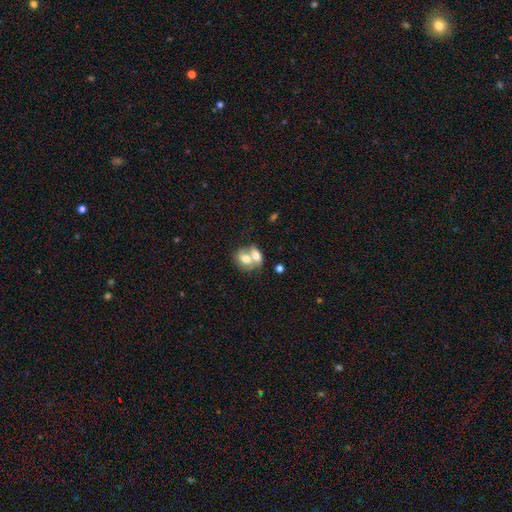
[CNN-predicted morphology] A smooth galaxy with no disk features (67%) that is in between round and cigar-shaped (70%).

Vote fractions:
- Smooth or featured? smooth: 67% / featured or disk: 26% / star or artifact: 7%
- How rounded? in between: 70% / round: 29% / cigar-shaped: 2%
- Merging? merger: 73% / none: 17% / minor disturbance: 6% / major disturbance: 4%